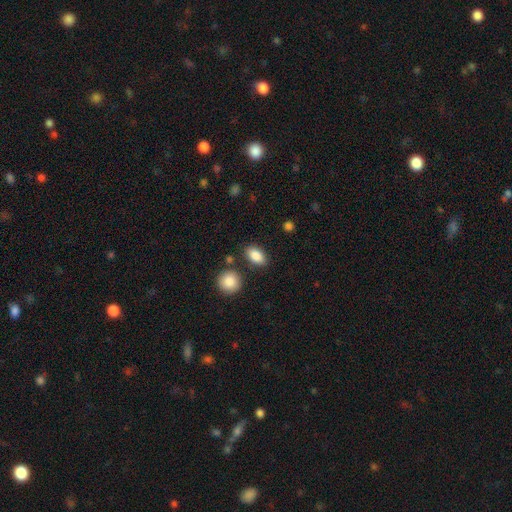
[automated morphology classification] Smooth or featured? smooth (87%)
How rounded? in between (88%)
Merging? none (83%)